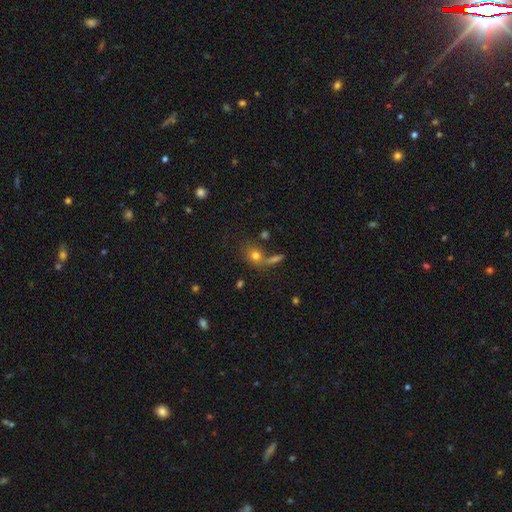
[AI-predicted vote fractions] smooth-or-featured: smooth: 75% | star or artifact: 13% | featured or disk: 12%
  how-rounded: round: 62% | in between: 35% | cigar-shaped: 3%
  merging: none: 57% | merger: 21% | minor disturbance: 13% | major disturbance: 8%